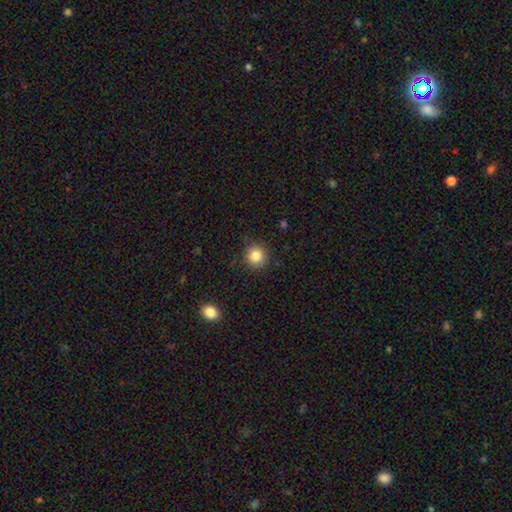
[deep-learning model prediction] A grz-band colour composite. It shows a smooth galaxy with no disk features (84%) that is round (90%). Merging: none (88%).